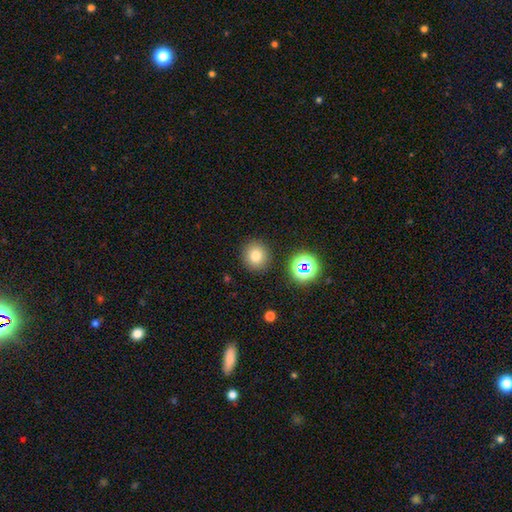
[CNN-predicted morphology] Smooth or featured? smooth (76%)
How rounded? round (90%)
Merging? none (87%)